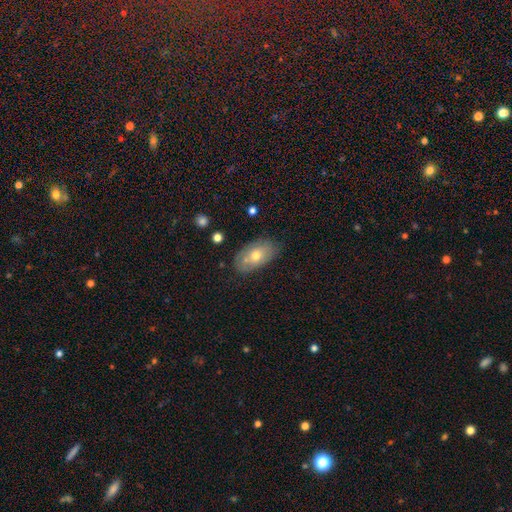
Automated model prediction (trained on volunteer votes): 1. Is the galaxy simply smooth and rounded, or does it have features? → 65% smooth, 28% featured or disk, 7% star or artifact.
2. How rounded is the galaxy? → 93% in between, 5% round, 2% cigar-shaped.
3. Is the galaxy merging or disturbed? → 75% none, 18% minor disturbance, 4% major disturbance, 3% merger.